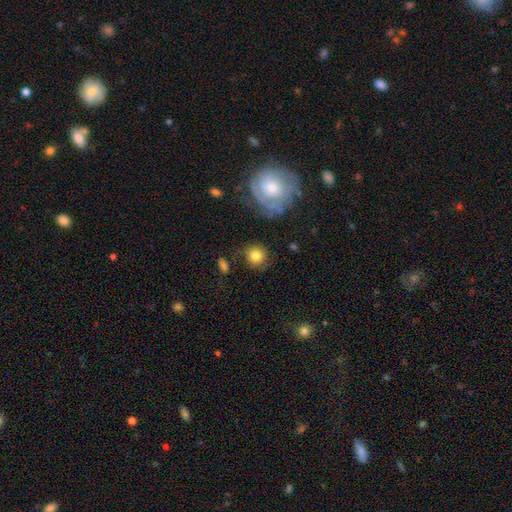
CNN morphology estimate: Q: Smooth or featured?
A: smooth (75%); runner-up: featured or disk (17%)
Q: How rounded?
A: round (86%); runner-up: in between (12%)
Q: Merging?
A: none (73%); runner-up: minor disturbance (16%)